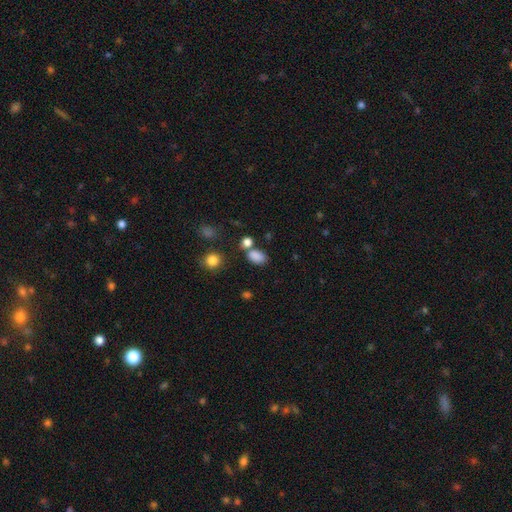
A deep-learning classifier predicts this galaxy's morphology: The model was most divided on "merging": none: 62%, merger: 19%, minor disturbance: 14%, major disturbance: 5%. More confident: smooth or featured — smooth (83%); how rounded — in between (81%).